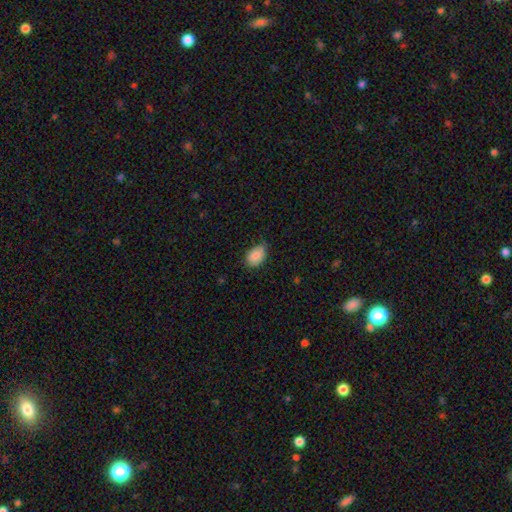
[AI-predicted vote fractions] Morphology: type=smooth (86%); roundness=in between (86%); merging=none (61%).